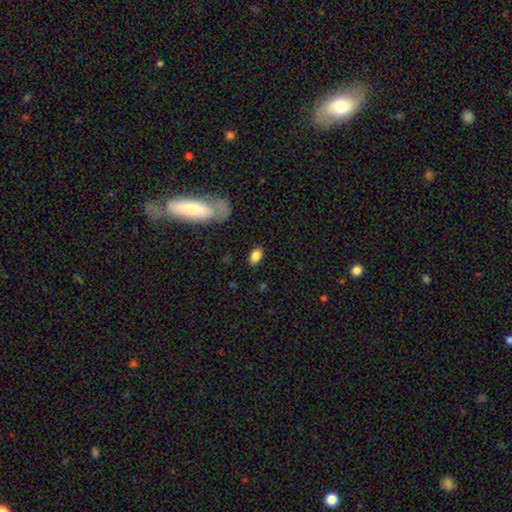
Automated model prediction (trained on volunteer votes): This is clearly a smooth galaxy (85%). How rounded: clearly in between (88%). Merging: clearly none (85%).